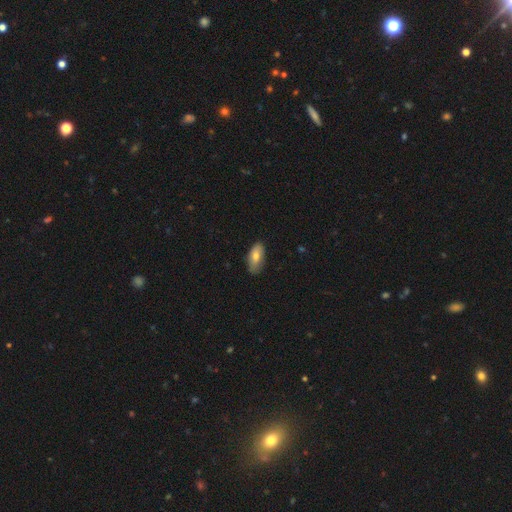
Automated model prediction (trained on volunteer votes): Smooth or featured: smooth — 76% (featured or disk — 17%)
How rounded: in between — 89% (cigar-shaped — 8%)
Merging: none — 80% (minor disturbance — 17%)